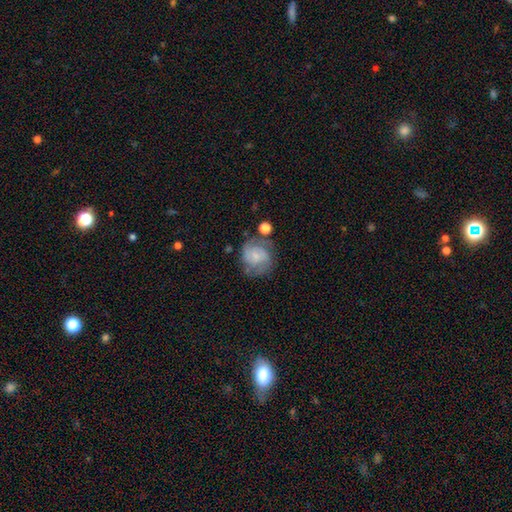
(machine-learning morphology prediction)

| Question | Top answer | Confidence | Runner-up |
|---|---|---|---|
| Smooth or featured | featured or disk | 55% | smooth (37%) |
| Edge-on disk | no | 98% | yes (2%) |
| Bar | no | 65% | weak (30%) |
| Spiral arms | yes | 82% | no (18%) |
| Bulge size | small | 56% | moderate (24%) |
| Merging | none | 57% | minor disturbance (23%) |